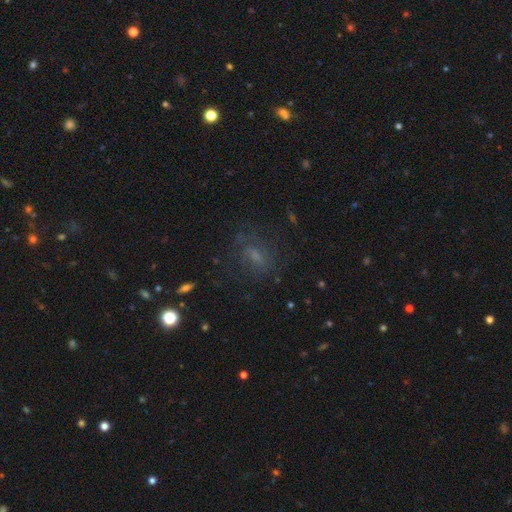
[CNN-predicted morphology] A smooth galaxy with no disk features (47%).

Vote fractions:
- Smooth or featured? smooth: 47% / featured or disk: 30% / star or artifact: 23%
- Merging? none: 65% / minor disturbance: 18% / major disturbance: 15% / merger: 2%